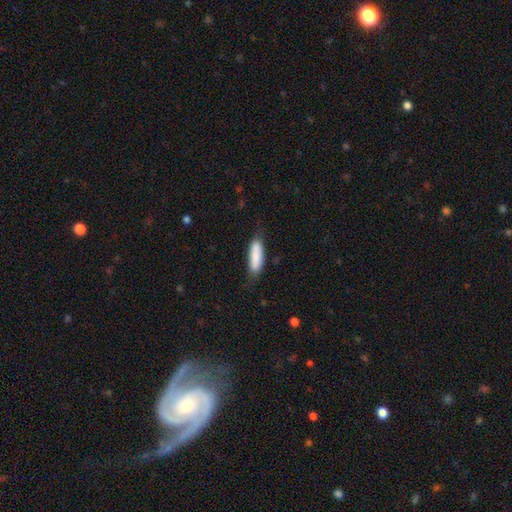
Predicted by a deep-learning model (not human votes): The model was most divided on "how rounded": cigar-shaped: 54%, in between: 44%, round: 2%. More confident: smooth or featured — smooth (85%); merging — none (73%).